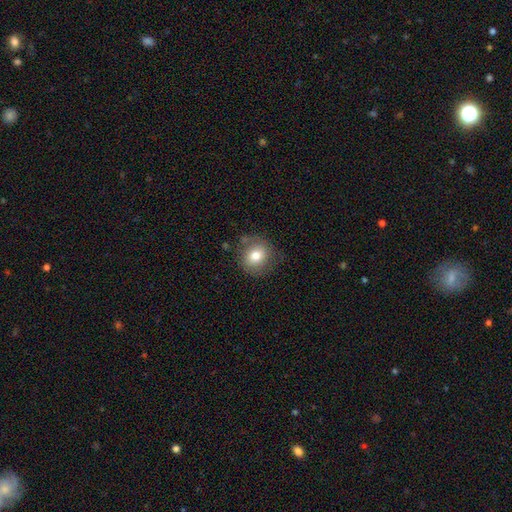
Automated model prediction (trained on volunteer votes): A smooth galaxy with no disk features (76%) that is round (81%).

Vote fractions:
- Smooth or featured? smooth: 76% / featured or disk: 15% / star or artifact: 9%
- How rounded? round: 81% / in between: 18% / cigar-shaped: 1%
- Merging? none: 77% / minor disturbance: 15% / major disturbance: 5% / merger: 3%